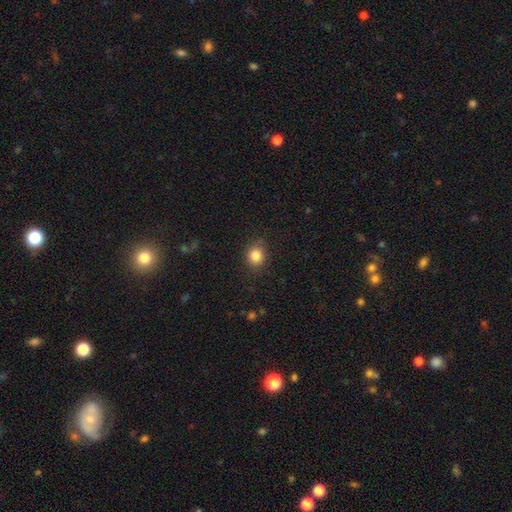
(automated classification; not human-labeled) Smooth or featured: smooth — 84% (star or artifact — 11%)
How rounded: round — 78% (in between — 21%)
Merging: none — 86% (minor disturbance — 10%)